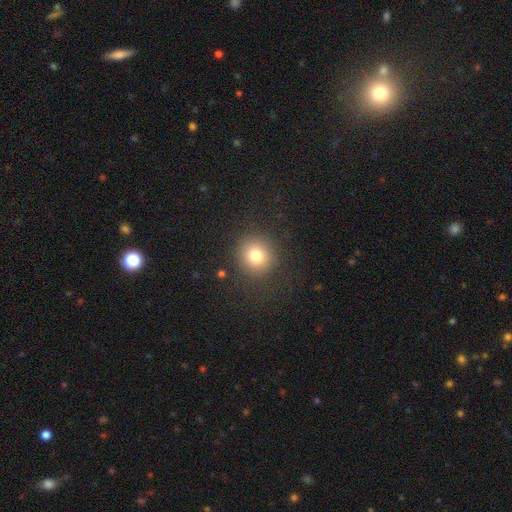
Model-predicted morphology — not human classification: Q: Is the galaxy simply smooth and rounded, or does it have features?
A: smooth — 78%.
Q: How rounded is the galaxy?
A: round — 90%.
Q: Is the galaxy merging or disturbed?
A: none — 87%.